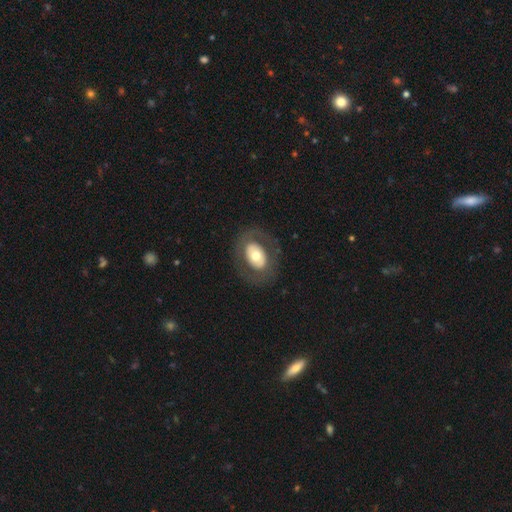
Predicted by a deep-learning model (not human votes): Smooth or featured?
  - smooth: 49% *
  - featured or disk: 45%
  - star or artifact: 6%
Merging?
  - none: 78% *
  - minor disturbance: 11%
  - major disturbance: 9%
  - merger: 1%